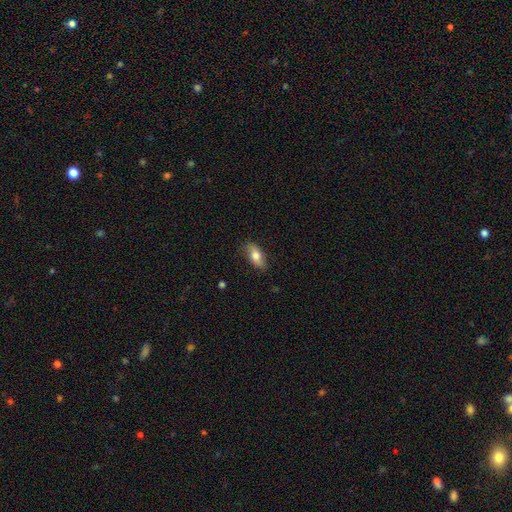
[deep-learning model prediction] A smooth galaxy with no disk features (70%) that is in between round and cigar-shaped (84%).

Vote fractions:
- Smooth or featured? smooth: 70% / featured or disk: 24% / star or artifact: 7%
- How rounded? in between: 84% / cigar-shaped: 11% / round: 4%
- Merging? none: 82% / minor disturbance: 15% / major disturbance: 3% / merger: 1%